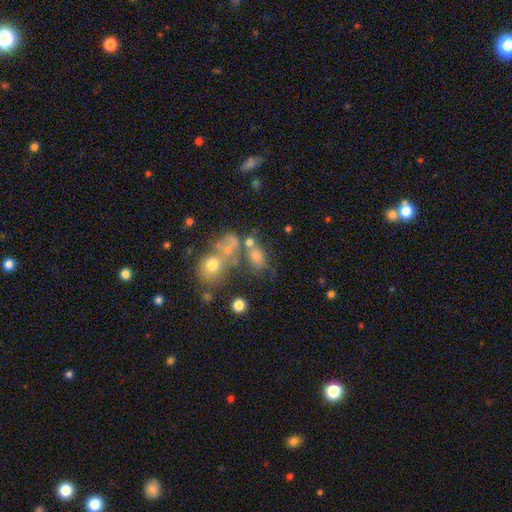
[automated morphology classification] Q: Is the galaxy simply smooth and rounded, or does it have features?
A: smooth — 55%.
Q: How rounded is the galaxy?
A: in between — 70%.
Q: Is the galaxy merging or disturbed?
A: none — 37%, tied with merger.